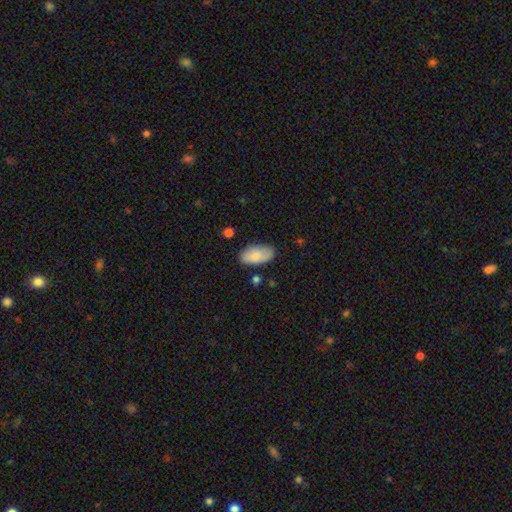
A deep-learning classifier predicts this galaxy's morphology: Smooth or featured? Predicted: smooth (p=0.83). How rounded? Predicted: in between (p=0.95). Merging? Predicted: none (p=0.80).